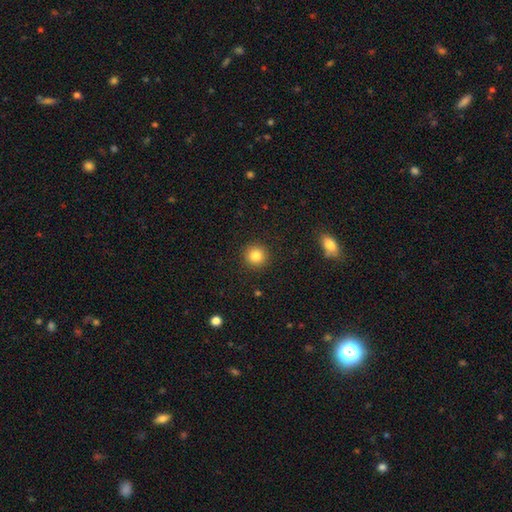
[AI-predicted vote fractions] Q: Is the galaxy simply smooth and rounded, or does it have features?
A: smooth — 83%.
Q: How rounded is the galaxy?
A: round — 94%.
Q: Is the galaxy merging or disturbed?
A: none — 92%.